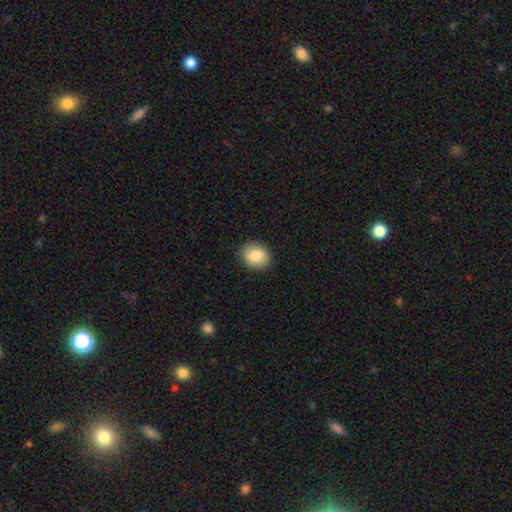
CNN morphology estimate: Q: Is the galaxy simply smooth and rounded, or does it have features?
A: smooth — 86%.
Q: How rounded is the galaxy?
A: round — 67%.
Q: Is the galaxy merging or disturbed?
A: none — 90%.